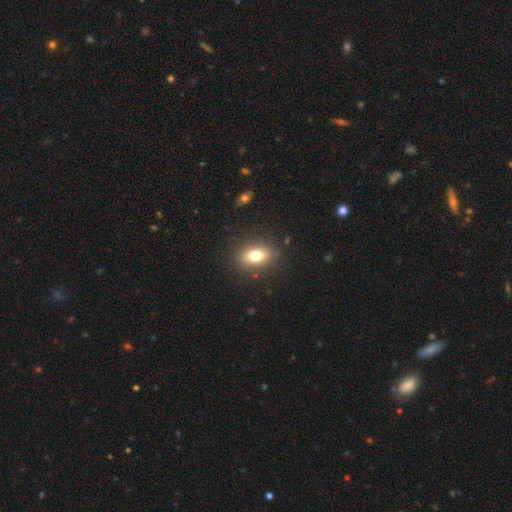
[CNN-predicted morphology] type=smooth (76%); roundness=in between (76%); merging=none (85%).